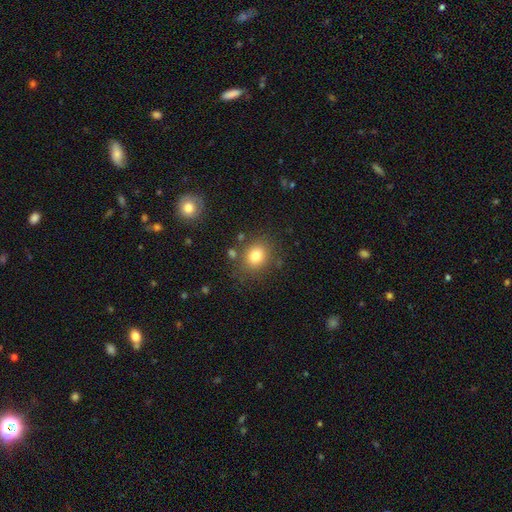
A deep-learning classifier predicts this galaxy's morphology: Smooth or featured?
  - smooth: 78% *
  - star or artifact: 12%
  - featured or disk: 10%
How rounded?
  - round: 64% *
  - in between: 35%
  - cigar-shaped: 1%
Merging?
  - none: 78% *
  - minor disturbance: 12%
  - merger: 5%
  - major disturbance: 5%